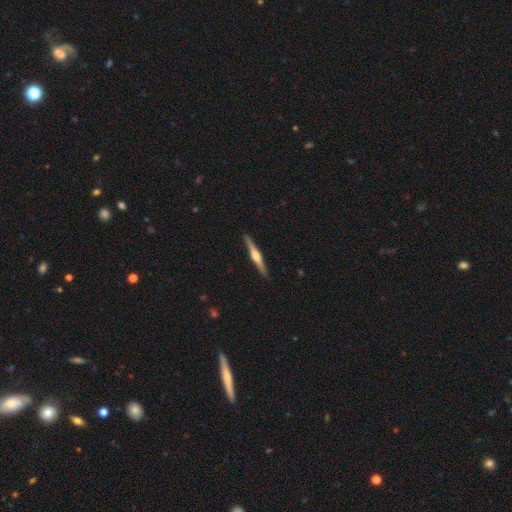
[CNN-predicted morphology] This is likely a featured or disk galaxy (75%). It is clearly viewed edge-on (98%). Edge-on bulge: clearly rounded (87%). Merging: clearly none (92%).